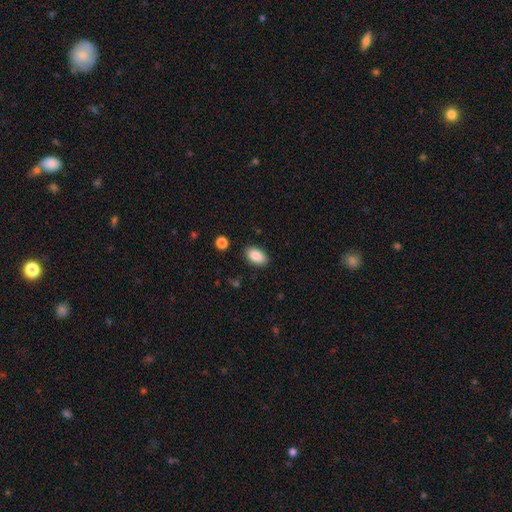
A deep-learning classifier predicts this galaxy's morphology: type=smooth (86%); roundness=in between (92%); merging=none (87%).